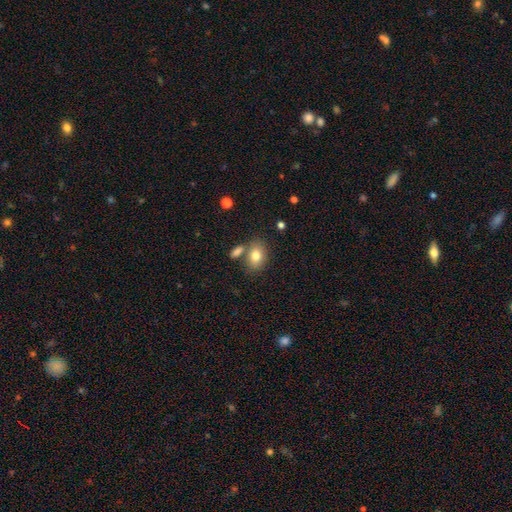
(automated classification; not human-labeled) Overall: smooth (80%). How rounded: in between (77%). Merging: none (65%).